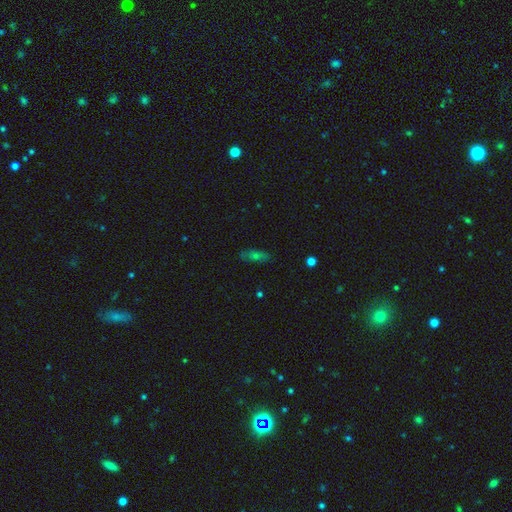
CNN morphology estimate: smooth-or-featured: smooth: 47% | featured or disk: 34% | star or artifact: 19%
  merging: none: 84% | minor disturbance: 12% | major disturbance: 3% | merger: 2%